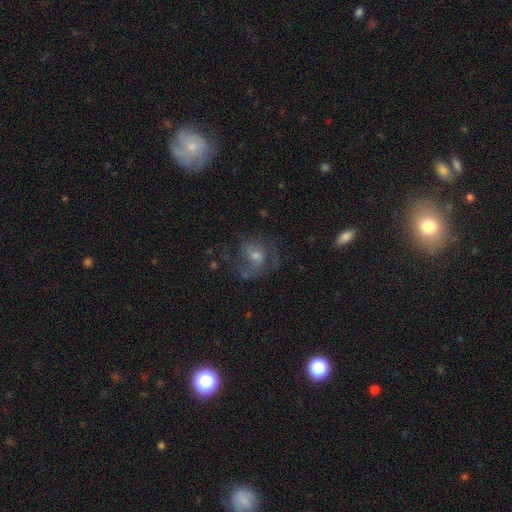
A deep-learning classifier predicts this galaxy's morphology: Overall: featured or disk (67%). Edge-on disk: no (97%). Bar: no (59%; weak 35%). Spiral arms: yes (82%). Spiral arm count: 2 (46%; can't tell 25%). Spiral winding: medium (48%; loose 29%). Bulge size: small (44%, tied with moderate). Merging: none (54%; major disturbance 24%).